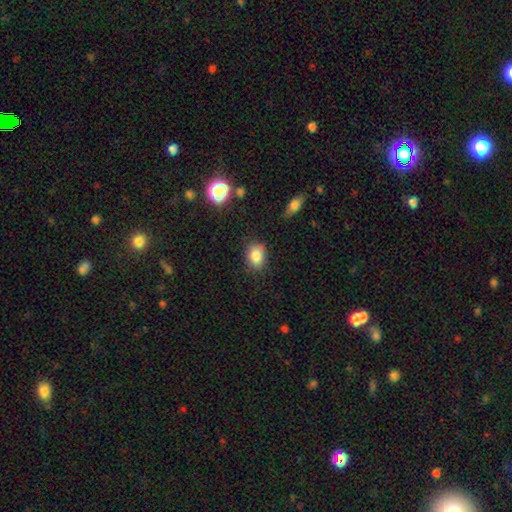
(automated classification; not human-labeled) A smooth galaxy with no disk features (84%) that is in between round and cigar-shaped (65%).

Vote fractions:
- Smooth or featured? smooth: 84% / star or artifact: 10% / featured or disk: 7%
- How rounded? in between: 65% / round: 33% / cigar-shaped: 1%
- Merging? none: 76% / minor disturbance: 18% / major disturbance: 4% / merger: 3%